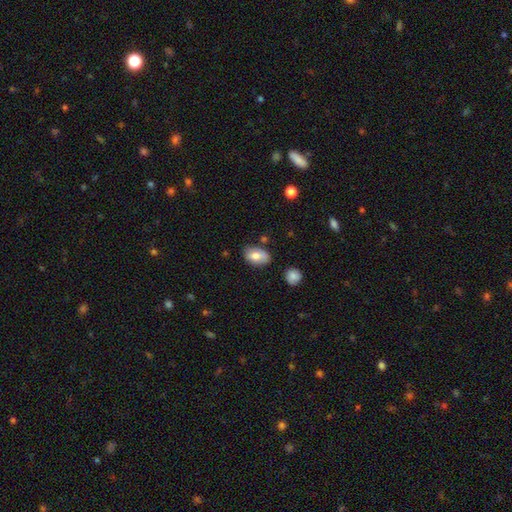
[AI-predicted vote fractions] Smooth or featured? smooth (74%)
How rounded? in between (87%)
Merging? none (72%)